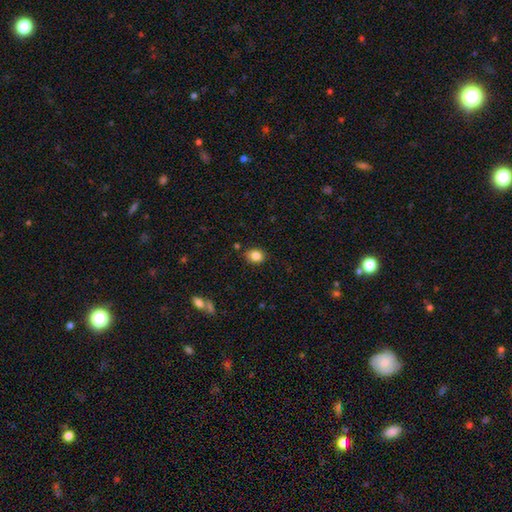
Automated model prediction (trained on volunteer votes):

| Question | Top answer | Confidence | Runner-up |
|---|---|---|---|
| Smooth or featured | smooth | 84% | star or artifact (10%) |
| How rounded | round | 53% | in between (46%) |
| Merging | none | 84% | minor disturbance (11%) |